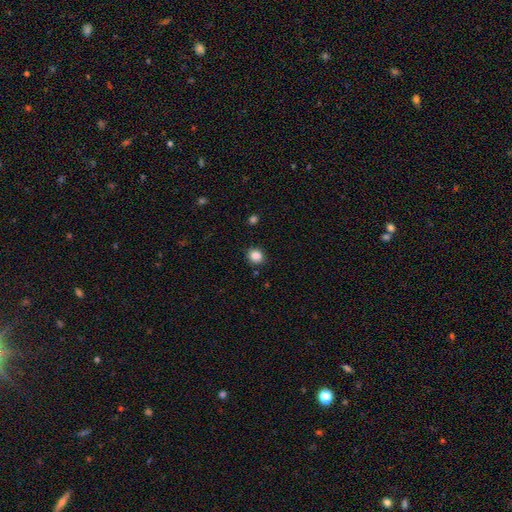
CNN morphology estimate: Smooth or featured: smooth — 86% (star or artifact — 10%)
How rounded: round — 75% (in between — 24%)
Merging: none — 86% (minor disturbance — 9%)